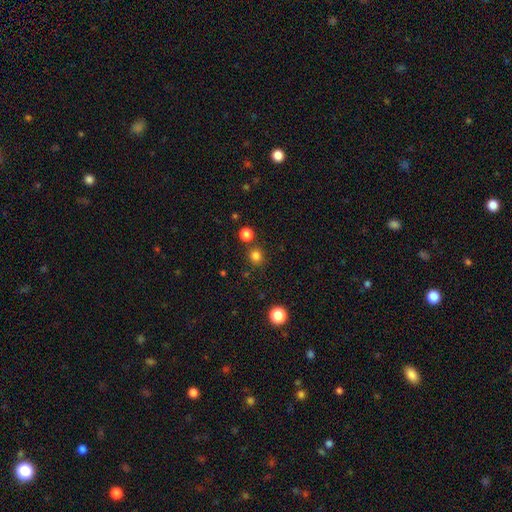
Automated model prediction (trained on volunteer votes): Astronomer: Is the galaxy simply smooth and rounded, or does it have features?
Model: smooth — 80%.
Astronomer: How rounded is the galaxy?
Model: round — 87%.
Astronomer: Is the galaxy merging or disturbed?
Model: none — 79%.